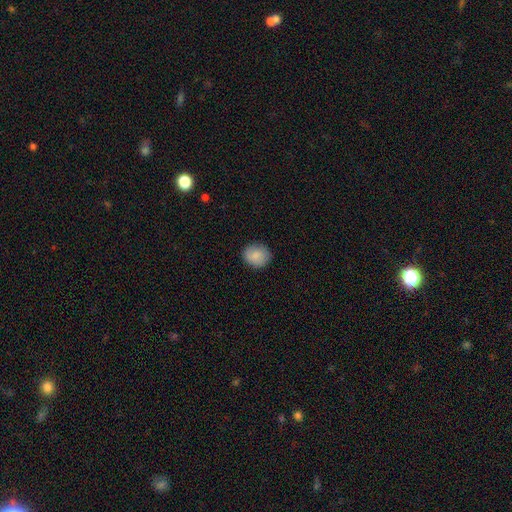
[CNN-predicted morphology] Q: Smooth or featured?
A: smooth (86%); runner-up: star or artifact (7%)
Q: How rounded?
A: round (75%); runner-up: in between (24%)
Q: Merging?
A: none (86%); runner-up: minor disturbance (10%)